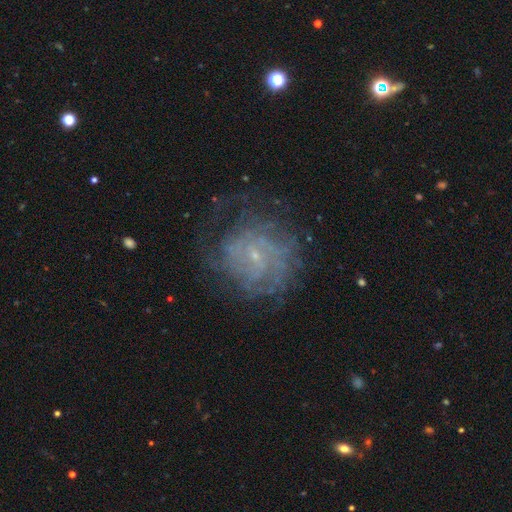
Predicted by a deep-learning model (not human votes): A featured or disk galaxy (77%) with no bar (54%), tight (64%) spiral arms (88%) and a small central bulge (83%).

Vote fractions:
- Smooth or featured? featured or disk: 77% / smooth: 13% / star or artifact: 10%
- Edge-on disk? no: 97% / yes: 3%
- Bar? no: 54% / weak: 38% / strong: 7%
- Spiral arms? yes: 88% / no: 12%
- Spiral winding? tight: 64% / medium: 28% / loose: 9%
- Spiral arm count? can't tell: 49% / 2: 14% / 4: 12% / 3: 11% / more than 4: 8% / 1: 6%
- Bulge size? small: 83% / moderate: 9% / none: 7% / large: 1% / dominant: 1%
- Merging? none: 66% / minor disturbance: 19% / major disturbance: 14% / merger: 1%